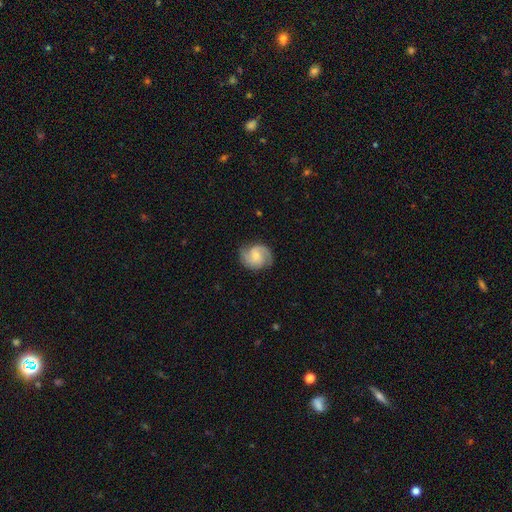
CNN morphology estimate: The model was most divided on "bar": no: 51%, weak: 41%, strong: 8%. More confident: edge-on disk — no (98%); spiral arms — yes (97%); spiral arm count — 2 (88%); merging — none (81%); smooth or featured — featured or disk (81%); bulge size — small (51%); spiral winding — medium (51%).